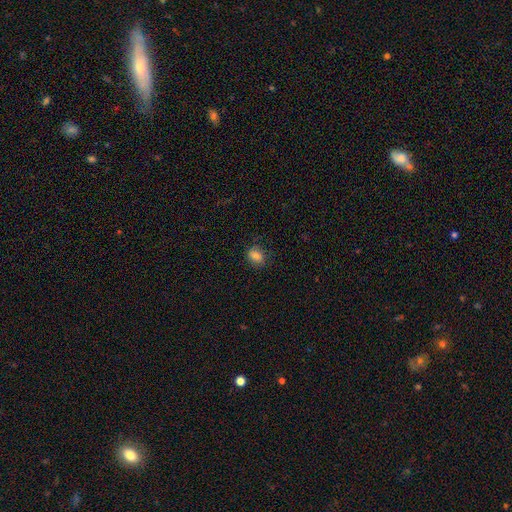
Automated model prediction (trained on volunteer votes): Smooth or featured? Predicted: smooth (p=0.81). How rounded? Predicted: in between (p=0.69). Merging? Predicted: none (p=0.74).